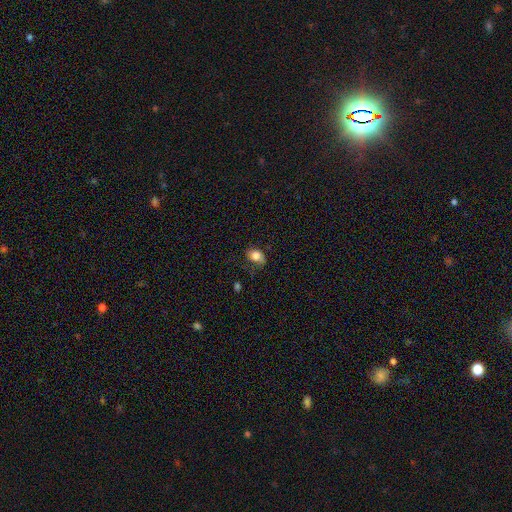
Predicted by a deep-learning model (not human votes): Q: Smooth or featured?
A: smooth (75%); runner-up: featured or disk (15%)
Q: How rounded?
A: in between (68%); runner-up: round (30%)
Q: Merging?
A: none (56%); runner-up: minor disturbance (28%)